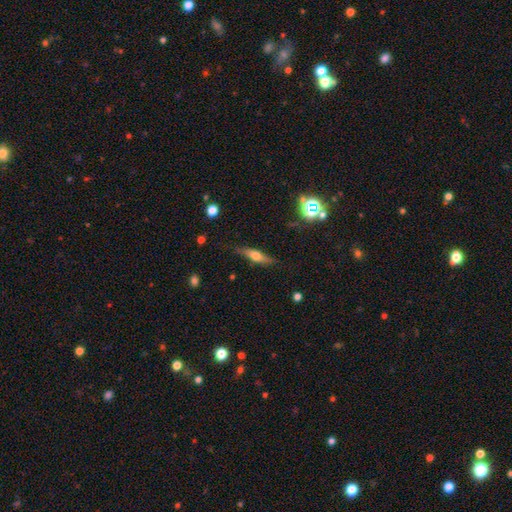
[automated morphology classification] This appears to be a featured or disk galaxy (48%). Merging: none (80%).